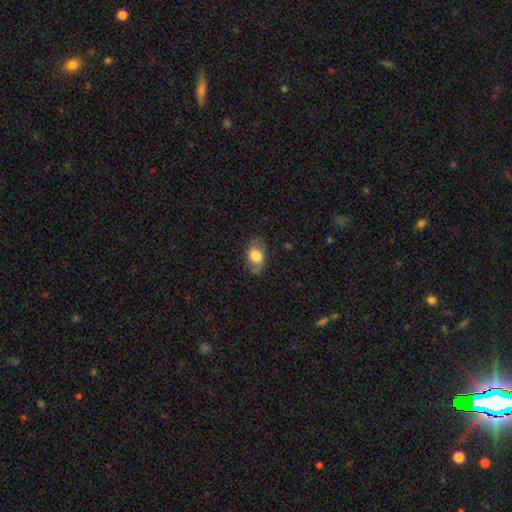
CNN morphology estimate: The model was most divided on "merging": none: 67%, minor disturbance: 24%, major disturbance: 8%, merger: 1%. More confident: how rounded — in between (83%); smooth or featured — smooth (73%).